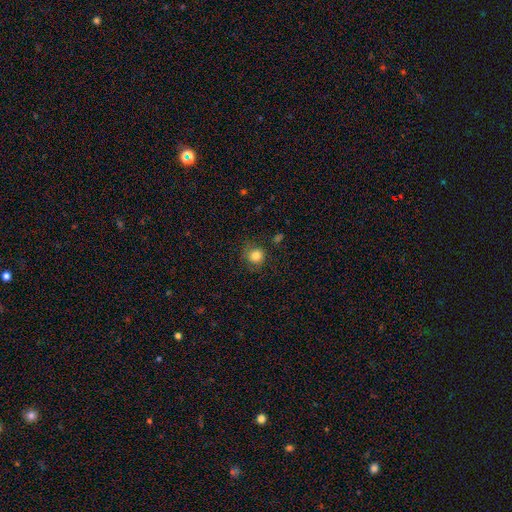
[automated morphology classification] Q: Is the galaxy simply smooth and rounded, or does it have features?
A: smooth — 83%.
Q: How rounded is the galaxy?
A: round — 88%.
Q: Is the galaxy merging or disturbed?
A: none — 77%.